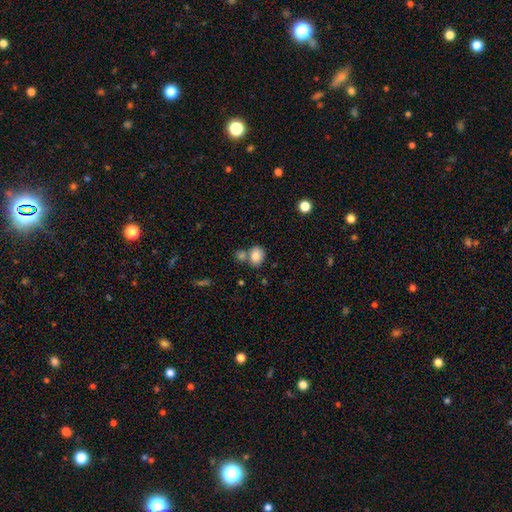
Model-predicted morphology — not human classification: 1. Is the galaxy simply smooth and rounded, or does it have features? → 83% smooth, 9% star or artifact, 8% featured or disk.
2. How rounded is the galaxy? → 57% in between, 42% round, 1% cigar-shaped.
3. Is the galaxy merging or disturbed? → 48% none, 34% merger, 13% minor disturbance, 5% major disturbance.